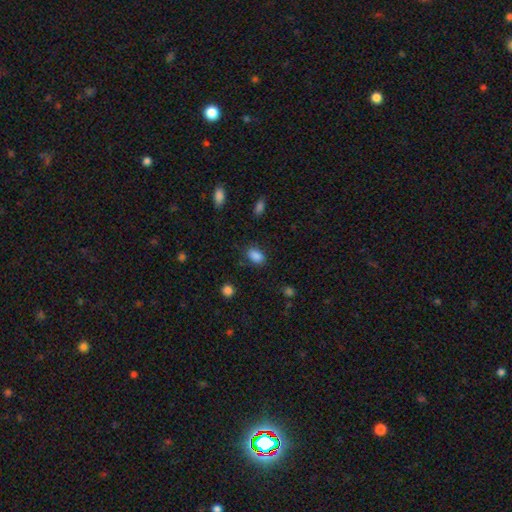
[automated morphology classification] smooth-or-featured: smooth: 87% | star or artifact: 9% | featured or disk: 4%
  how-rounded: in between: 87% | round: 11% | cigar-shaped: 2%
  merging: none: 79% | minor disturbance: 15% | major disturbance: 4% | merger: 2%